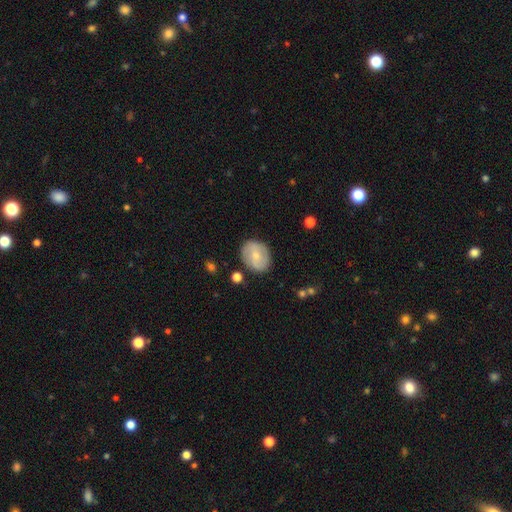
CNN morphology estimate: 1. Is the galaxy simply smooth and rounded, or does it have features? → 52% smooth, 41% featured or disk, 7% star or artifact.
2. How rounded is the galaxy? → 52% in between, 46% round, 1% cigar-shaped.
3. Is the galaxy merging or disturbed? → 80% none, 14% minor disturbance, 4% major disturbance, 2% merger.